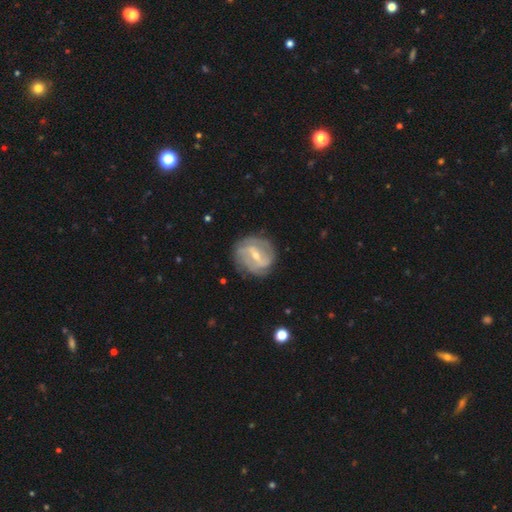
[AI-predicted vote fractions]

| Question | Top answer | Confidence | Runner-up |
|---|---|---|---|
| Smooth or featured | featured or disk | 83% | smooth (11%) |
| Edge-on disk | no | 97% | yes (3%) |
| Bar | strong | 45% | weak (43%) |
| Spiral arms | yes | 90% | no (10%) |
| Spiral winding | tight | 46% | medium (38%) |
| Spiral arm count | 2 | 47% | can't tell (25%) |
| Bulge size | small | 58% | moderate (39%) |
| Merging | none | 76% | minor disturbance (17%) |